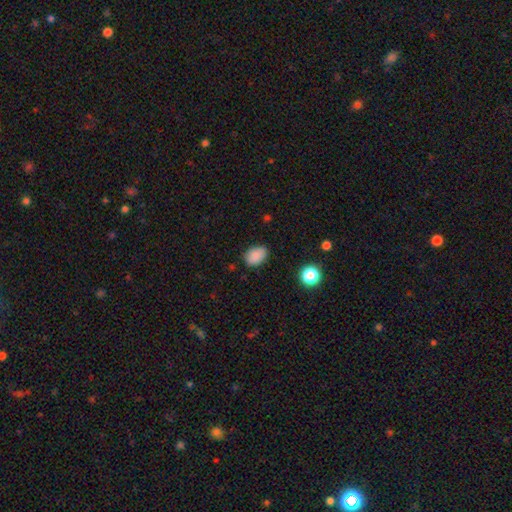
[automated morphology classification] A smooth galaxy with no disk features (87%) that is in between round and cigar-shaped (81%). Merging: none (81%).